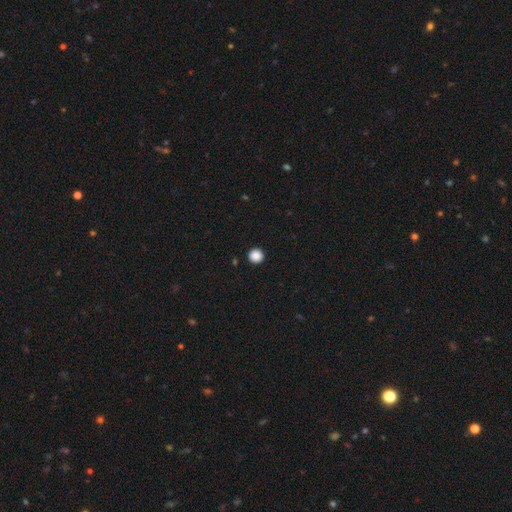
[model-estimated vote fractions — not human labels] smooth 88%, star or artifact 10%, featured or disk 2%. Down the decision tree: how rounded — round (96%); merging — none (94%).